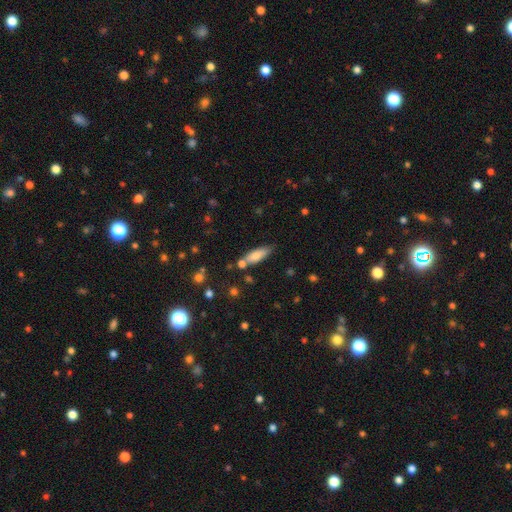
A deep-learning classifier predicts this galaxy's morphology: This is likely a smooth galaxy (77%). How rounded: likely in between (61%). Merging: likely none (64%).